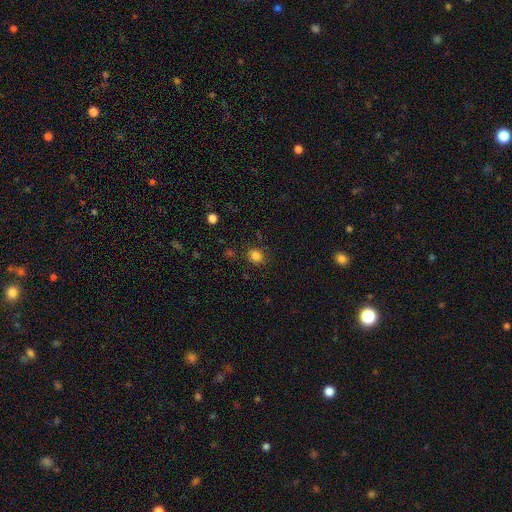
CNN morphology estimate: The model was most divided on "how rounded": round: 58%, in between: 41%, cigar-shaped: 1%. More confident: merging — none (84%); smooth or featured — smooth (82%).